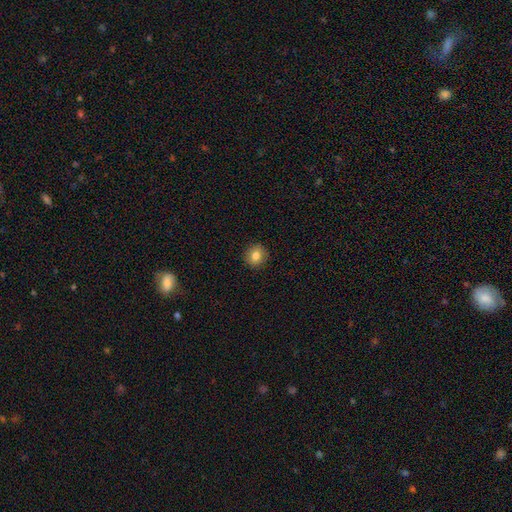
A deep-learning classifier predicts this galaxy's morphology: This is clearly a smooth galaxy (82%). How rounded: clearly round (84%). Merging: clearly none (91%).